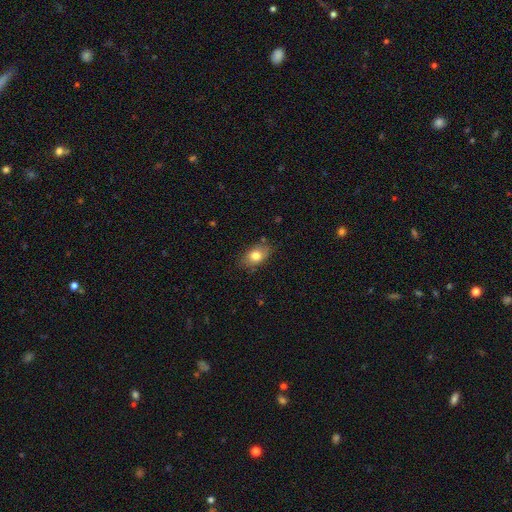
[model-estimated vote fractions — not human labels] Smooth or featured? smooth (79%)
How rounded? in between (82%)
Merging? none (80%)